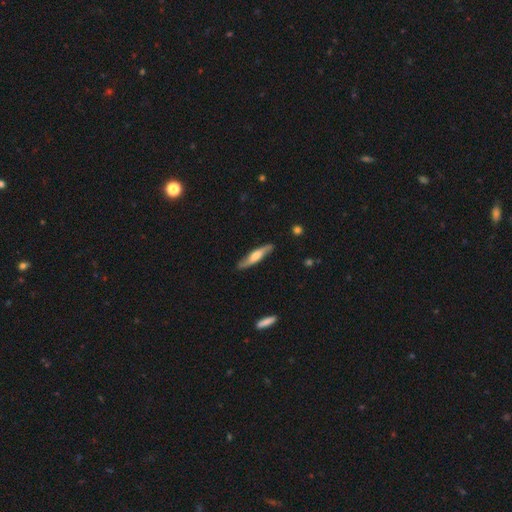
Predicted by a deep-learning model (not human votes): The model was most divided on "smooth or featured": featured or disk: 53%, smooth: 42%, star or artifact: 5%. More confident: merging — none (84%); edge-on disk — yes (72%).